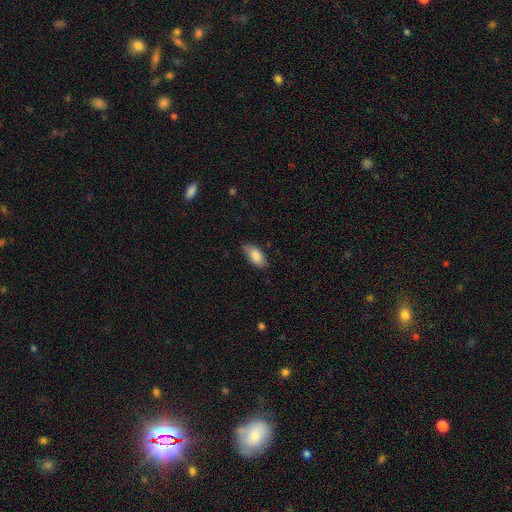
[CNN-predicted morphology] Q: Smooth or featured?
A: smooth (84%); runner-up: featured or disk (10%)
Q: How rounded?
A: in between (91%); runner-up: cigar-shaped (6%)
Q: Merging?
A: none (71%); runner-up: minor disturbance (24%)